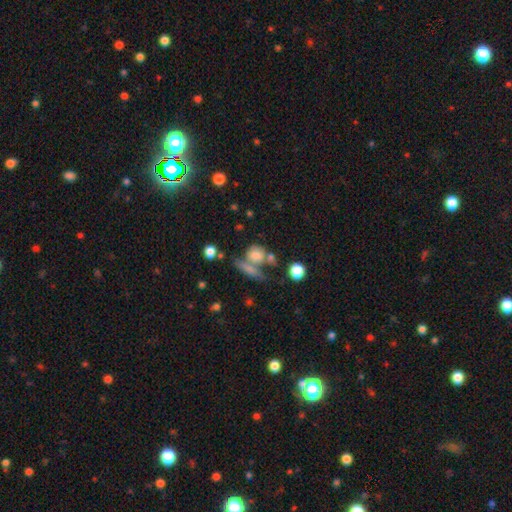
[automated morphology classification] Q: Smooth or featured?
A: smooth (74%); runner-up: featured or disk (15%)
Q: How rounded?
A: round (60%); runner-up: in between (34%)
Q: Merging?
A: none (41%); runner-up: merger (37%)